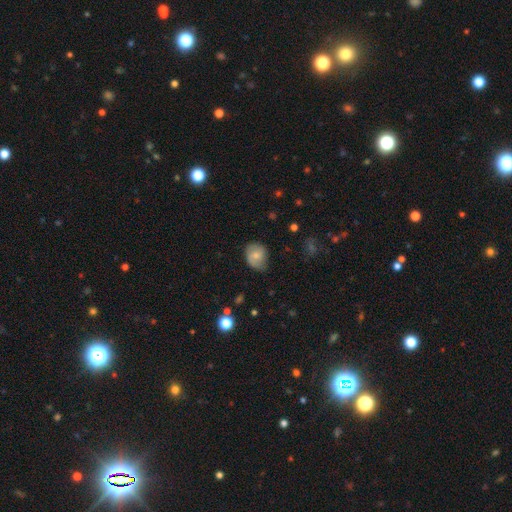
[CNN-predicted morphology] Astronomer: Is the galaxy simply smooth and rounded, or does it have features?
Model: smooth — 62%.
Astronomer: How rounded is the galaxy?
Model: round — 54% (runner-up: in between, 45%).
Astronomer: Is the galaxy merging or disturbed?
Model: none — 60%.